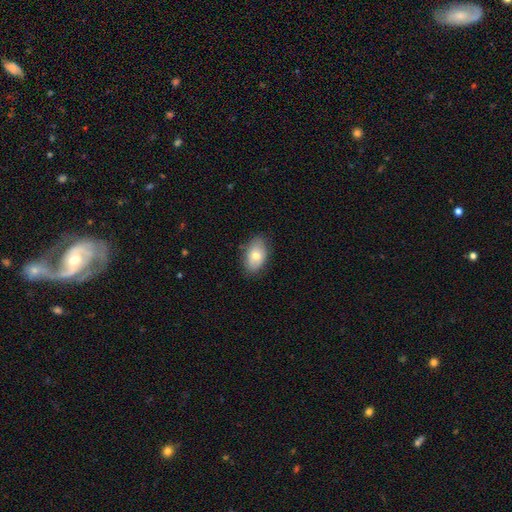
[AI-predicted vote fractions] Smooth or featured? Predicted: smooth (p=0.72). How rounded? Predicted: in between (p=0.90). Merging? Predicted: none (p=0.80).